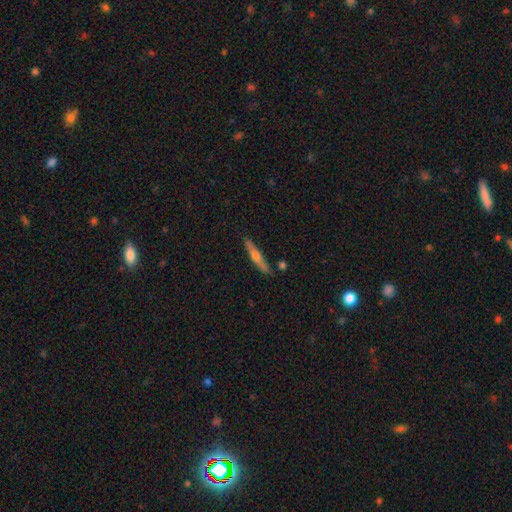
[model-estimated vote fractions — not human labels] featured or disk 60%, smooth 33%, star or artifact 7%. Down the decision tree: edge-on disk — yes (95%); edge-on bulge — rounded (86%); merging — none (86%).